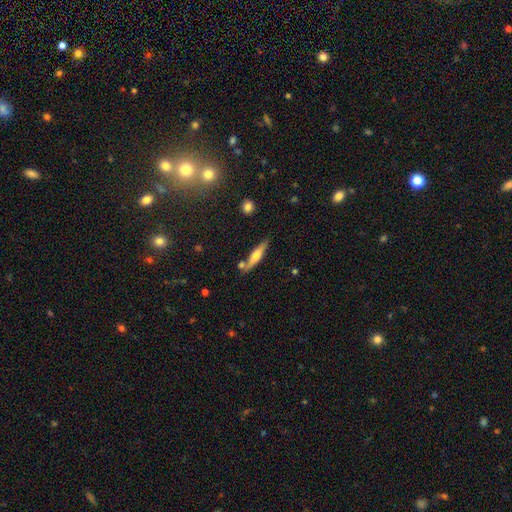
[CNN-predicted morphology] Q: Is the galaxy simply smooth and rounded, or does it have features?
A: smooth — 47%.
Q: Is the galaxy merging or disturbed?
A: none — 74%.